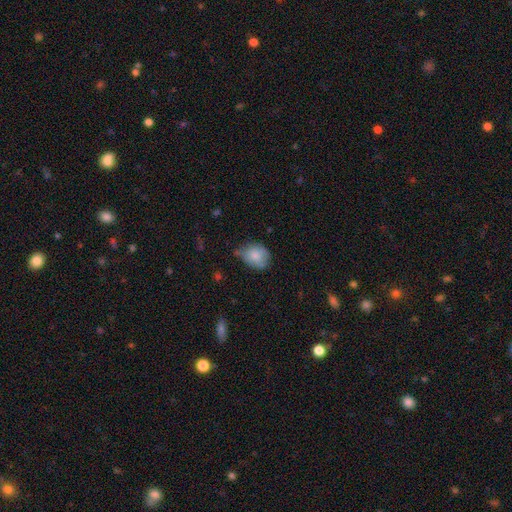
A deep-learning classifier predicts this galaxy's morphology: Overall: smooth (78%). How rounded: in between (57%; round 41%). Merging: none (44%; minor disturbance 41%).